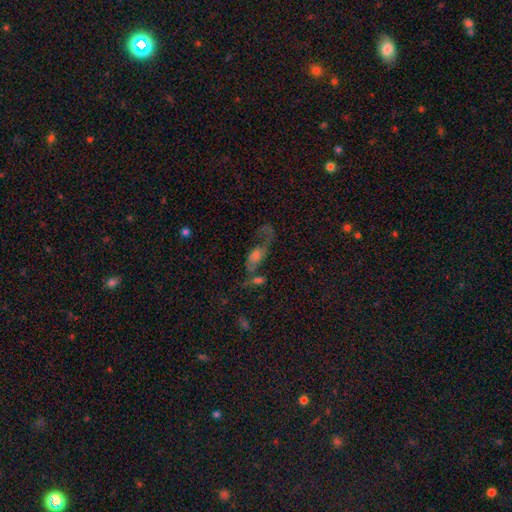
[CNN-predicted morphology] Smooth or featured? featured or disk (53%)
Edge-on disk? no (86%)
Merging? none (32%)